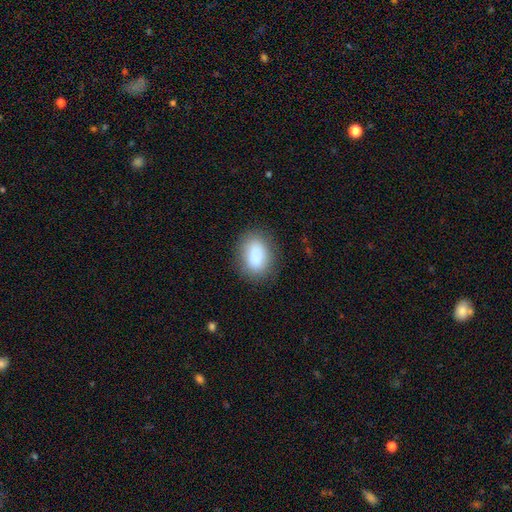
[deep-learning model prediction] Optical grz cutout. It shows a smooth galaxy with no disk features (82%) that is in between round and cigar-shaped (79%). Merging: none (75%).